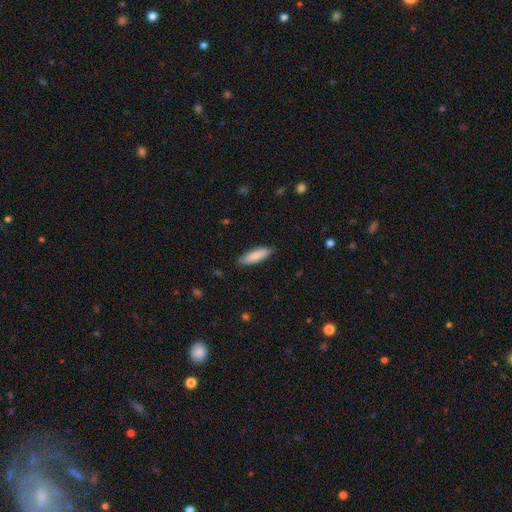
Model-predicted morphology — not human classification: Smooth or featured?
  - smooth: 85% *
  - featured or disk: 9%
  - star or artifact: 5%
How rounded?
  - cigar-shaped: 53% *
  - in between: 45%
  - round: 1%
Merging?
  - none: 85% *
  - minor disturbance: 12%
  - major disturbance: 2%
  - merger: 1%